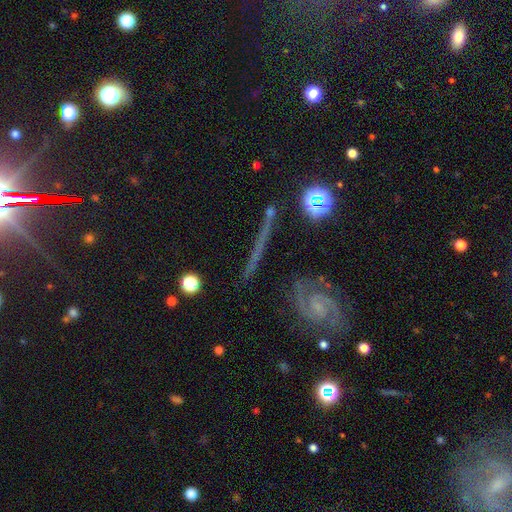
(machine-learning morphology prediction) A featured or disk galaxy (51%) viewed edge-on (58%).

Vote fractions:
- Smooth or featured? featured or disk: 51% / star or artifact: 29% / smooth: 20%
- Edge-on disk? yes: 58% / no: 42%
- Merging? none: 77% / minor disturbance: 12% / major disturbance: 6% / merger: 5%